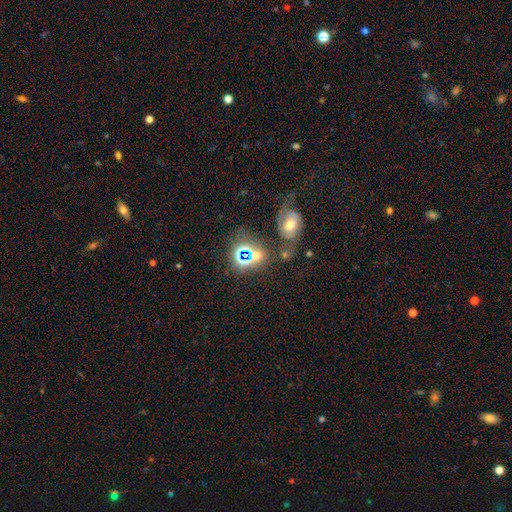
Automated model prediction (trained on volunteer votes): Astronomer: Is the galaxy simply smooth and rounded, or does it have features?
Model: star or artifact — 47% (runner-up: smooth, 39%).